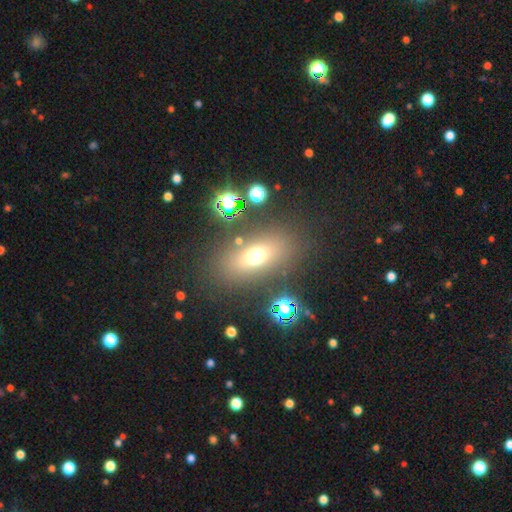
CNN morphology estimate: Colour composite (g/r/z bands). It shows a smooth galaxy with no disk features (64%) that is in between round and cigar-shaped (72%). Merging: none (79%).